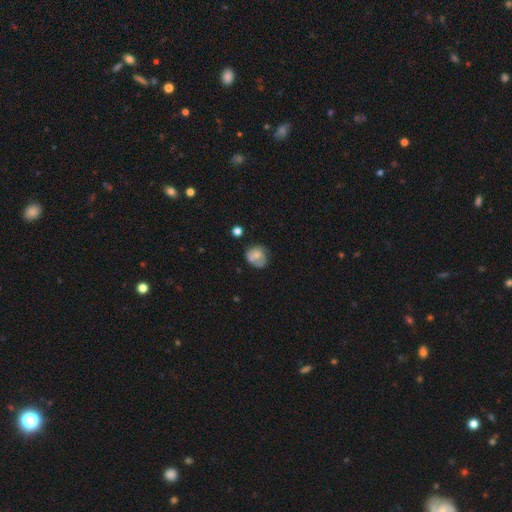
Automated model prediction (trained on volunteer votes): Morphology: type=smooth (59%); roundness=round (68%); merging=none (47%).